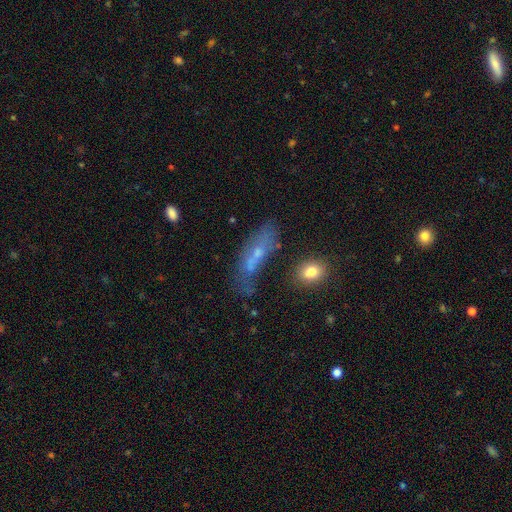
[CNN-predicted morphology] A featured or disk galaxy (44%). Merging: none (42%).